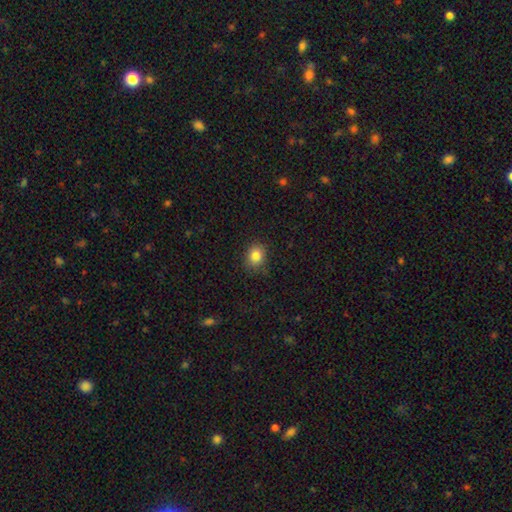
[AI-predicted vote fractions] This is clearly a smooth galaxy (84%). How rounded: likely round (63%). Merging: clearly none (84%).